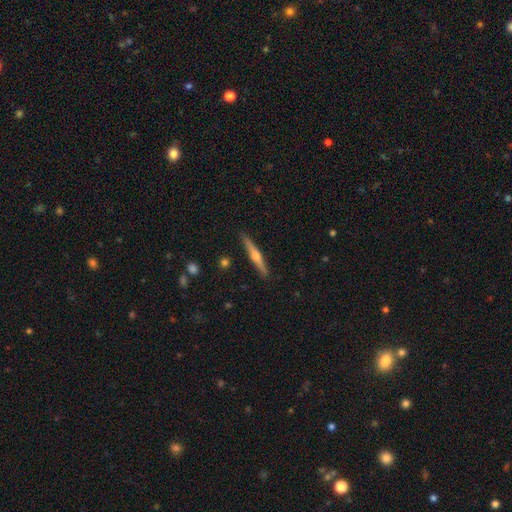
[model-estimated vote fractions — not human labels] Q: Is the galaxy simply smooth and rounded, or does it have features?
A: featured or disk — 70%.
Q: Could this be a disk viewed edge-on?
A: yes — 98%.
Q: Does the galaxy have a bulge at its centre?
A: rounded — 91%.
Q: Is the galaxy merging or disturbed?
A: none — 91%.